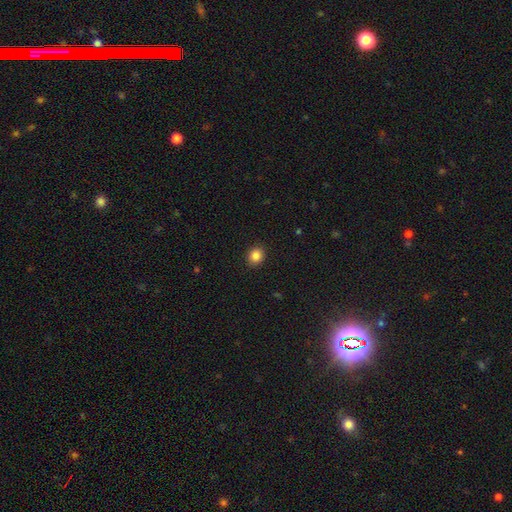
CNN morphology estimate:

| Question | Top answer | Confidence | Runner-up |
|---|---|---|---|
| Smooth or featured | smooth | 86% | star or artifact (10%) |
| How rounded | round | 74% | in between (25%) |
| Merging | none | 91% | minor disturbance (6%) |